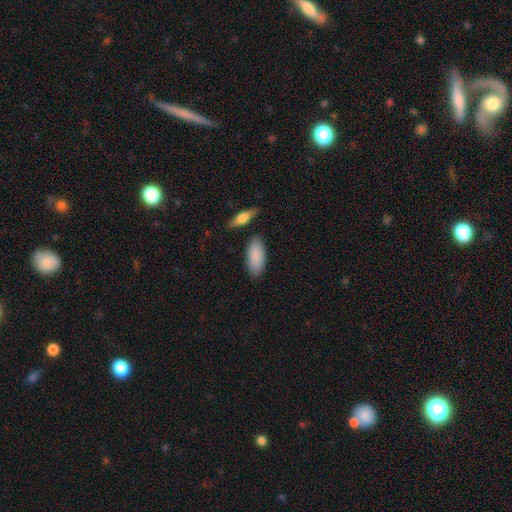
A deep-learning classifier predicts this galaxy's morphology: smooth-or-featured: smooth: 87% | featured or disk: 7% | star or artifact: 5%
  how-rounded: in between: 86% | cigar-shaped: 12% | round: 2%
  merging: none: 80% | minor disturbance: 12% | merger: 5% | major disturbance: 3%